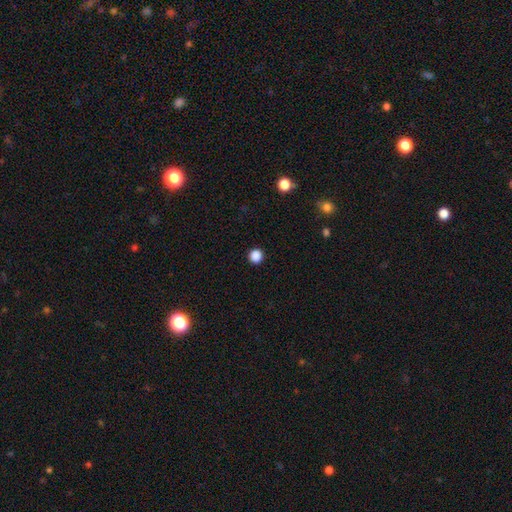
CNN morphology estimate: Smooth or featured? Predicted: smooth (p=0.87). How rounded? Predicted: round (p=0.94). Merging? Predicted: none (p=0.93).